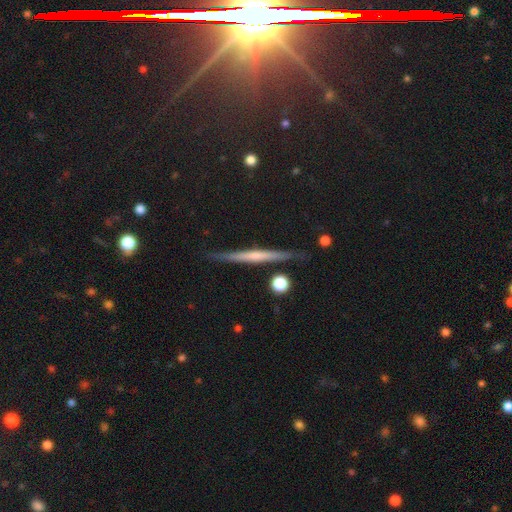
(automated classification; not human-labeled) smooth-or-featured: featured or disk: 59% | smooth: 33% | star or artifact: 8%
  disk-edge-on: yes: 97% | no: 3%
    edge-on-bulge: none: 63% | rounded: 27% | boxy: 10%
  merging: none: 87% | minor disturbance: 9% | merger: 2% | major disturbance: 2%